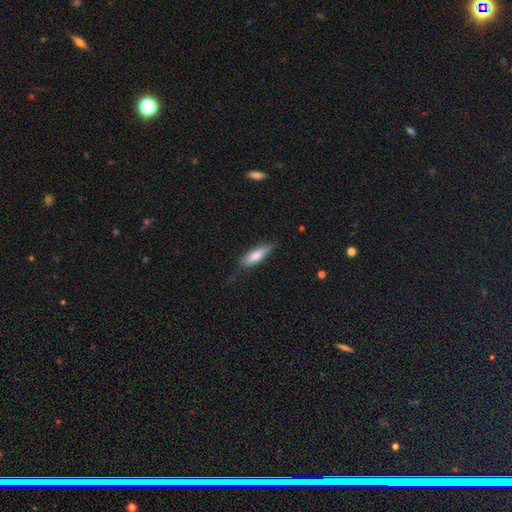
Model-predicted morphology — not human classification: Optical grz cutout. It shows a smooth galaxy with no disk features (78%) that is in between round and cigar-shaped (52%). Merging: none (68%).